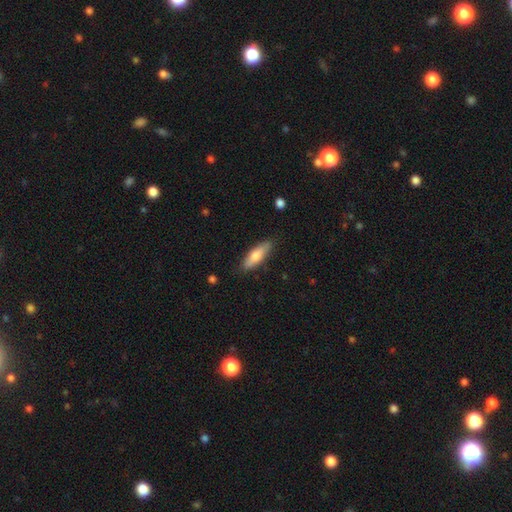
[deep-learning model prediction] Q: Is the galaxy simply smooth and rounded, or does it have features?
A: smooth — 74%.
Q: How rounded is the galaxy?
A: in between — 54%.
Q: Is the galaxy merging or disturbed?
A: none — 83%.